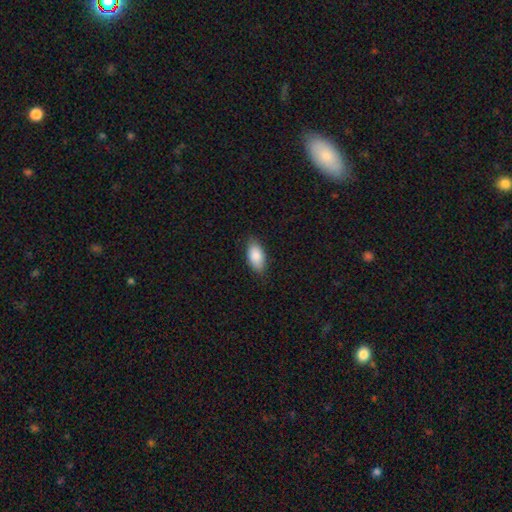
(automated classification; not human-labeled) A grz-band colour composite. It shows a smooth galaxy with no disk features (86%) that is in between round and cigar-shaped (93%). Merging: none (84%).